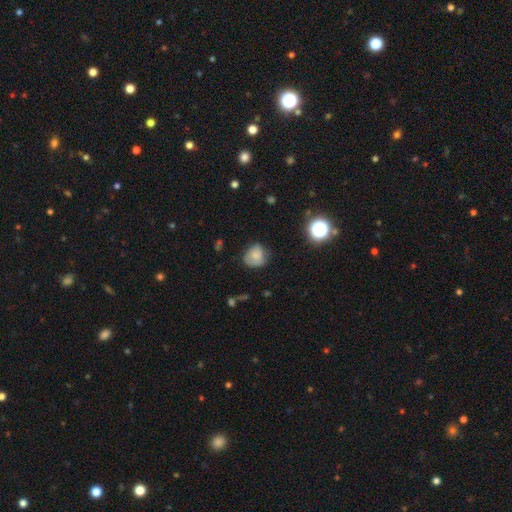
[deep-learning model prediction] This appears to be a smooth galaxy with no disk features (76%) that is round (71%). Merging: none (60%).